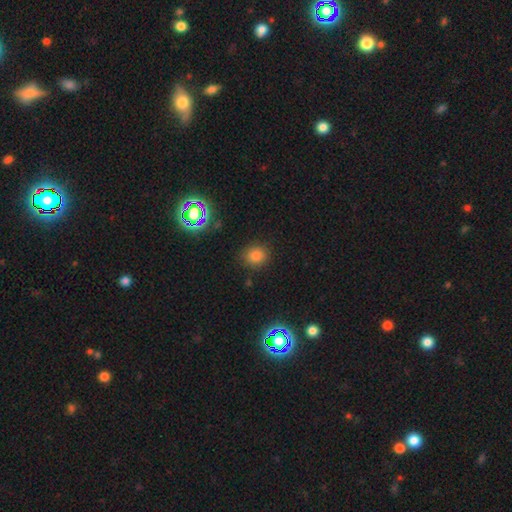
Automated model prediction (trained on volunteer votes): Overall: smooth (77%). How rounded: round (76%). Merging: none (85%).